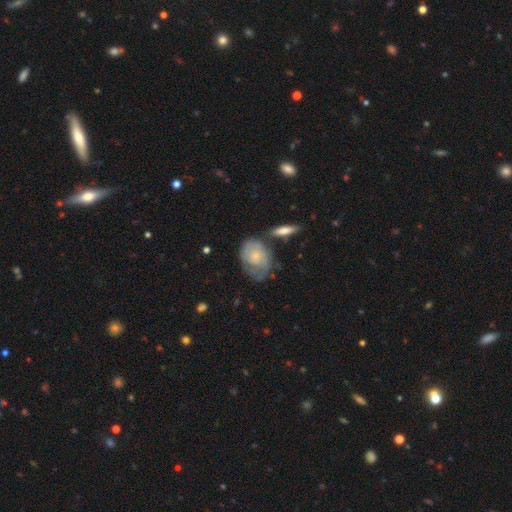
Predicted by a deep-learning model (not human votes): Morphology: type=featured or disk (58%); edge-on=no (95%); bar=no (76%); spiral arms=yes (81%); bulge=small (66%); merging=none (50%).